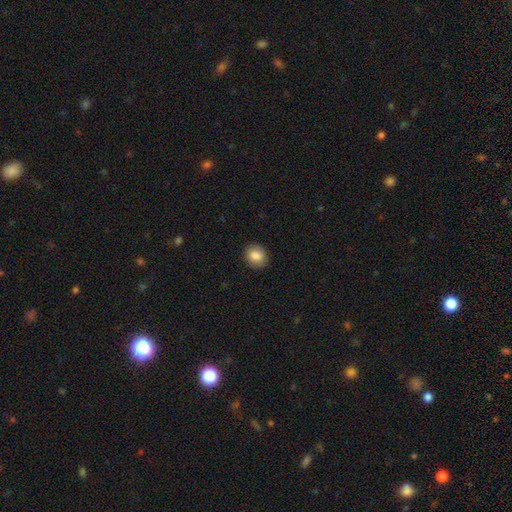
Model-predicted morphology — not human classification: The model was most divided on "how rounded": round: 74%, in between: 25%, cigar-shaped: 1%. More confident: merging — none (90%); smooth or featured — smooth (86%).